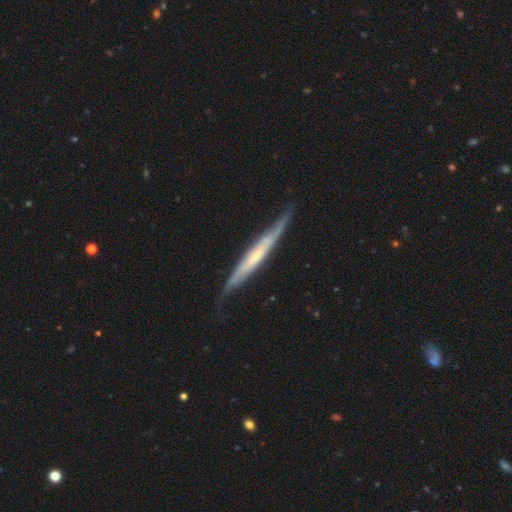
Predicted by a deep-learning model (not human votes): A featured or disk galaxy (66%) viewed edge-on (87%) with no central bulge (58%). Merging: none (70%).